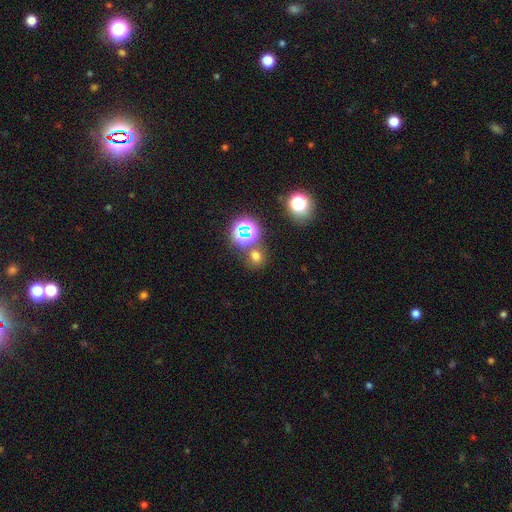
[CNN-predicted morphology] This is likely a smooth galaxy (62%). How rounded: likely round (79%). Merging: likely none (70%).